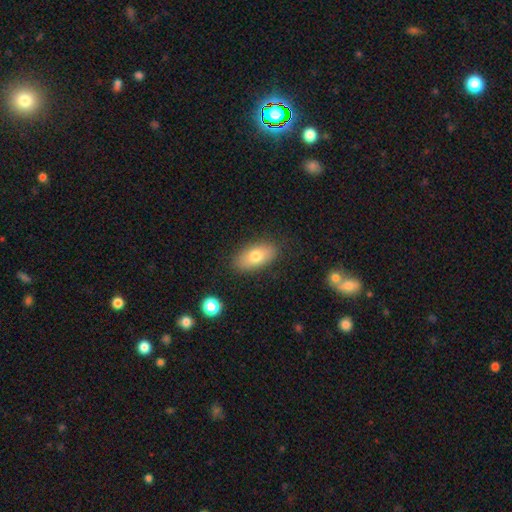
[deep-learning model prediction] This is likely a smooth galaxy (75%). How rounded: clearly in between (90%). Merging: clearly none (85%).